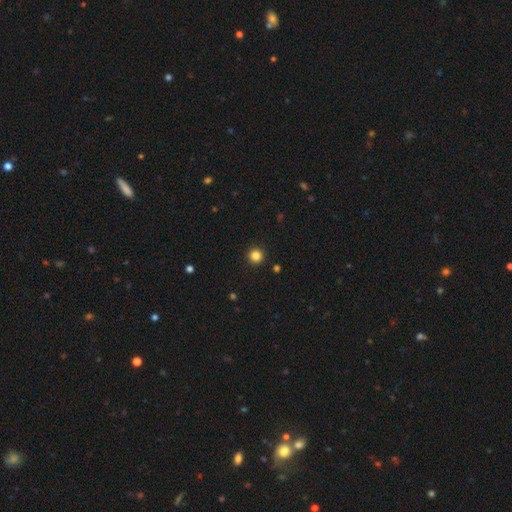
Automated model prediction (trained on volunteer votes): Smooth or featured? smooth (84%)
How rounded? round (96%)
Merging? none (93%)